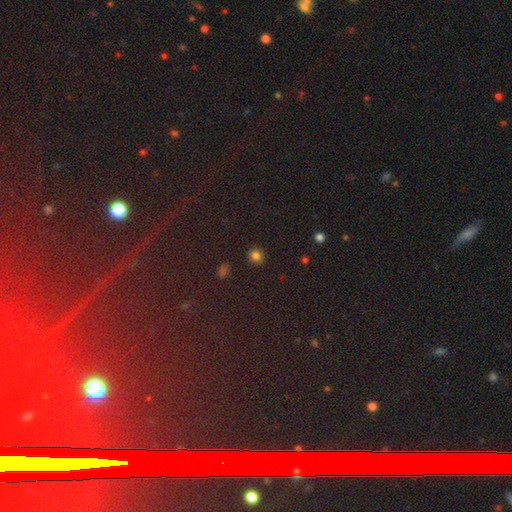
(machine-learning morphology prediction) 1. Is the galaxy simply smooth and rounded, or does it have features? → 80% smooth, 15% star or artifact, 5% featured or disk.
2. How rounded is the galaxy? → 87% round, 12% in between, 1% cigar-shaped.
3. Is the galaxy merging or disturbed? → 89% none, 7% minor disturbance, 2% major disturbance, 2% merger.